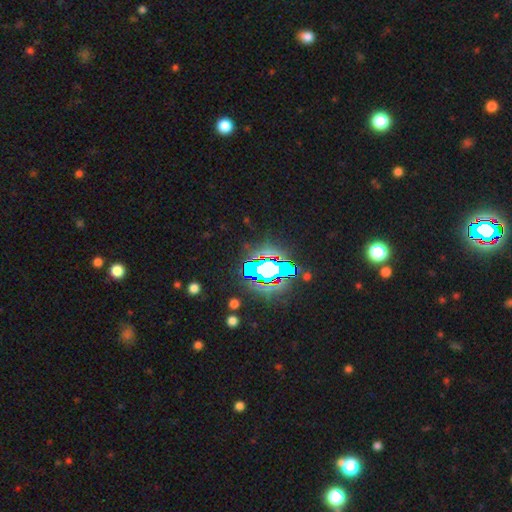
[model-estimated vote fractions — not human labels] smooth_or_featured: star or artifact (p=0.81) [alt: smooth p=0.11]